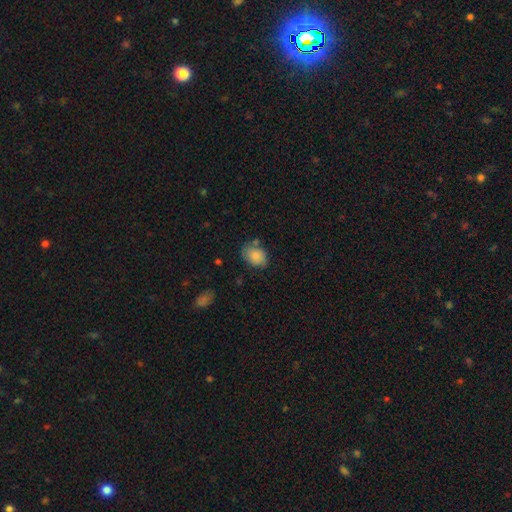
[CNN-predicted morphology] Smooth or featured?
  - smooth: 84% *
  - featured or disk: 8%
  - star or artifact: 7%
How rounded?
  - in between: 72% *
  - round: 27%
  - cigar-shaped: 1%
Merging?
  - none: 67% *
  - minor disturbance: 21%
  - merger: 7%
  - major disturbance: 5%